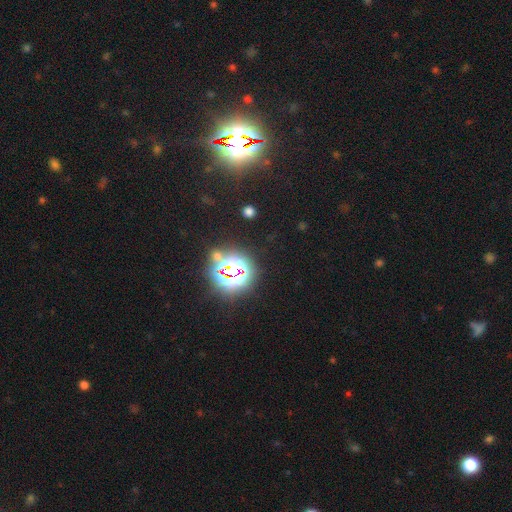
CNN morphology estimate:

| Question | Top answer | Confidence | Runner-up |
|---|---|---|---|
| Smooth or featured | star or artifact | 79% | smooth (14%) |